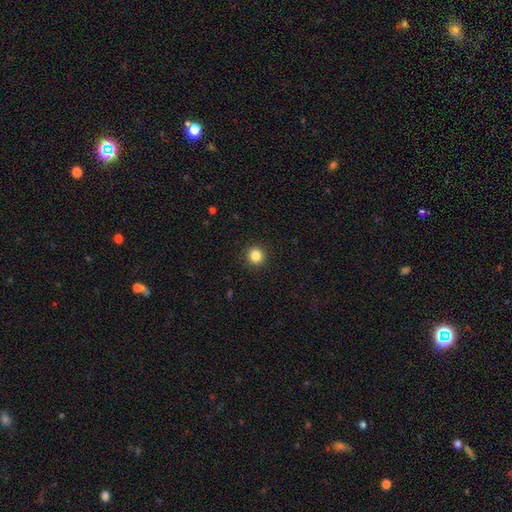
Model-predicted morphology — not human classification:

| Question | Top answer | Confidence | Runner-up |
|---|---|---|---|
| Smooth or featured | smooth | 85% | star or artifact (11%) |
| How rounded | round | 94% | in between (5%) |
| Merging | none | 92% | minor disturbance (5%) |